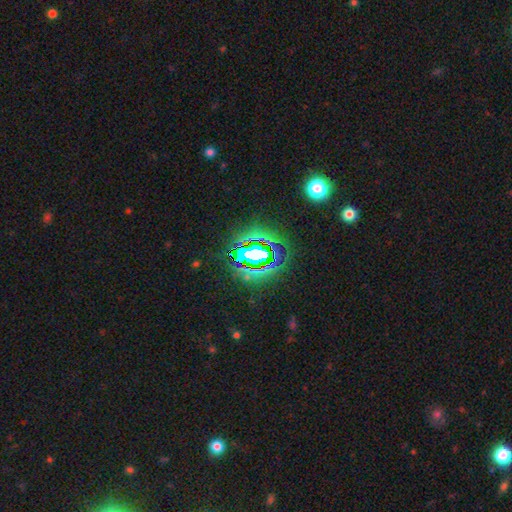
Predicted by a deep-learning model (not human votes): Smooth or featured: star or artifact — 70% (featured or disk — 16%)